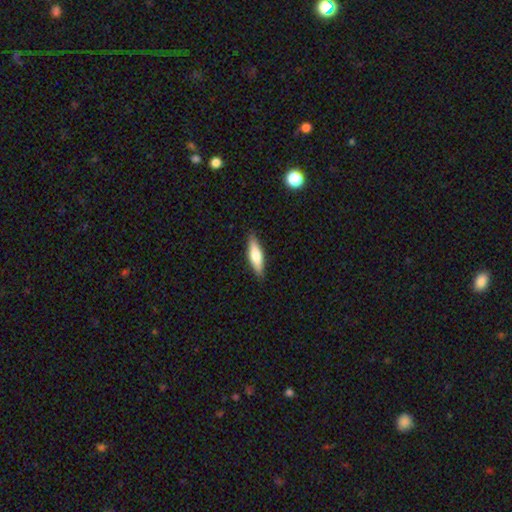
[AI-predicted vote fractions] Morphology: type=smooth (62%); roundness=cigar-shaped (63%); merging=none (89%).